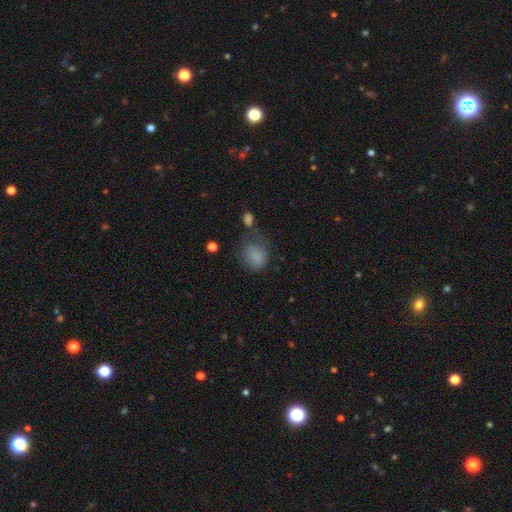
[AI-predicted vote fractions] Q: Smooth or featured?
A: smooth (80%); runner-up: star or artifact (11%)
Q: How rounded?
A: round (50%); runner-up: in between (49%)
Q: Merging?
A: none (43%); runner-up: minor disturbance (28%)